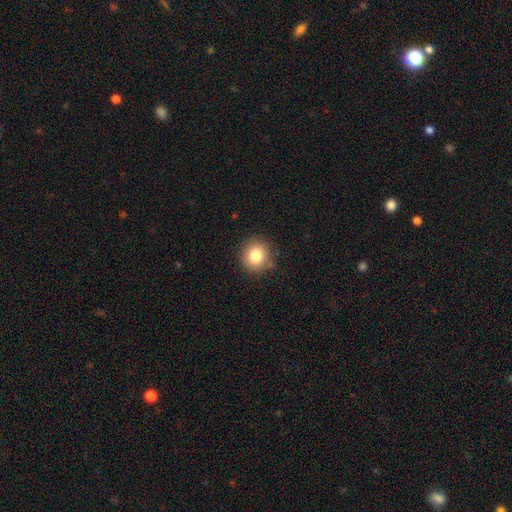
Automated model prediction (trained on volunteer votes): Smooth or featured? Predicted: smooth (p=0.82). How rounded? Predicted: round (p=0.88). Merging? Predicted: none (p=0.86).